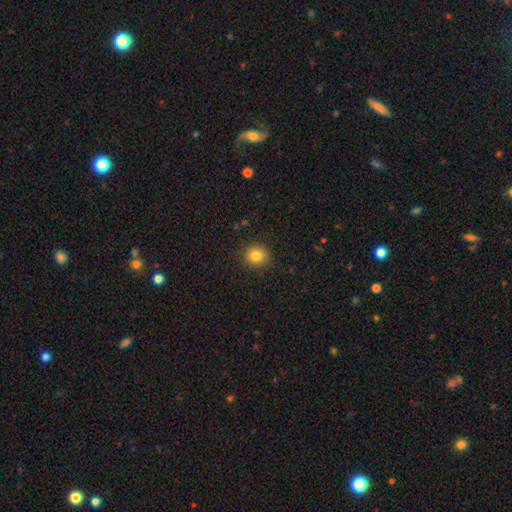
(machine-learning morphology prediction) Overall: smooth (83%). How rounded: round (87%). Merging: none (90%).